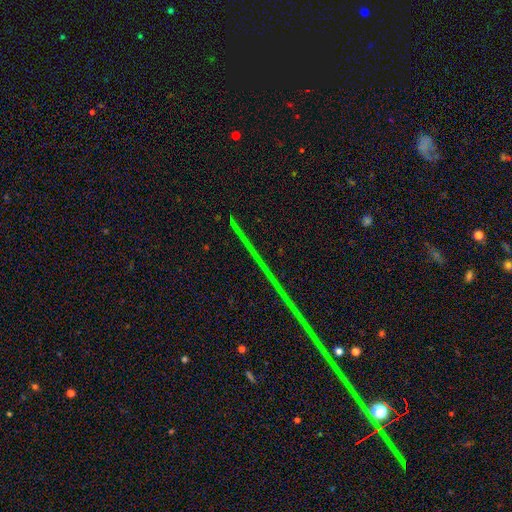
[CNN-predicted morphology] This is clearly a star or artifact rather than a galaxy (85%).